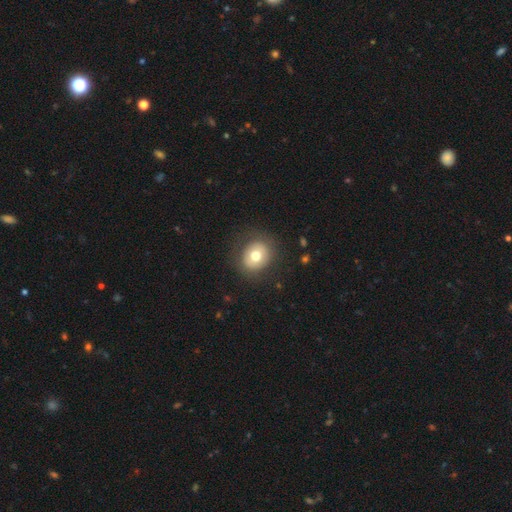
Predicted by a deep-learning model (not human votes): A smooth galaxy with no disk features (69%) that is round (76%).

Vote fractions:
- Smooth or featured? smooth: 69% / featured or disk: 22% / star or artifact: 9%
- How rounded? round: 76% / in between: 23% / cigar-shaped: 1%
- Merging? none: 83% / minor disturbance: 11% / major disturbance: 5% / merger: 1%